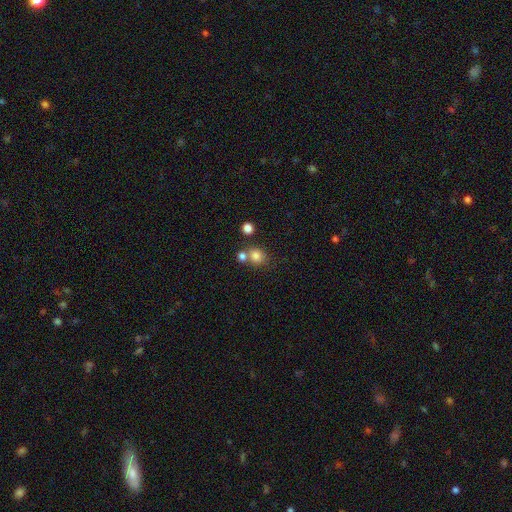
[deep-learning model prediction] Smooth or featured?
  - smooth: 80% *
  - star or artifact: 12%
  - featured or disk: 7%
How rounded?
  - round: 78% *
  - in between: 21%
  - cigar-shaped: 1%
Merging?
  - none: 57% *
  - merger: 31%
  - minor disturbance: 9%
  - major disturbance: 4%